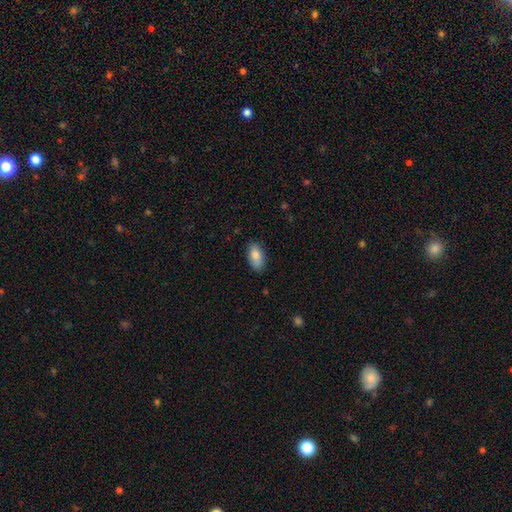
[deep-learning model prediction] Morphology: type=smooth (84%); roundness=in between (92%); merging=none (81%).